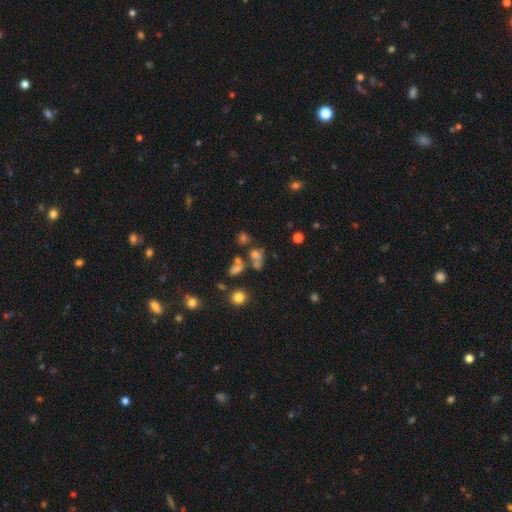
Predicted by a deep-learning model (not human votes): Q: Smooth or featured?
A: smooth (48%); runner-up: star or artifact (32%)
Q: Merging?
A: none (40%); runner-up: merger (35%)